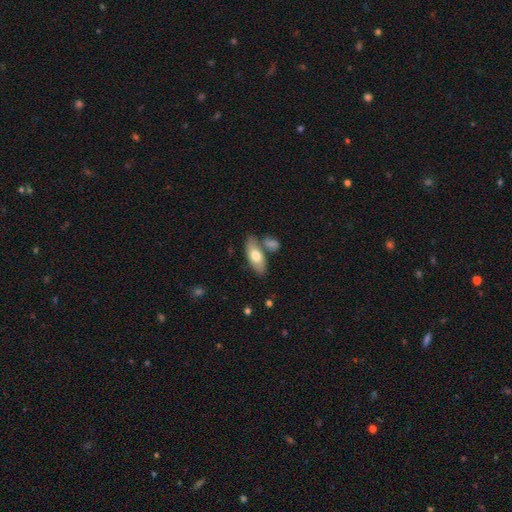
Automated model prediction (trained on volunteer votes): Smooth or featured?
  - smooth: 69% *
  - featured or disk: 26%
  - star or artifact: 6%
How rounded?
  - in between: 82% *
  - cigar-shaped: 15%
  - round: 3%
Merging?
  - none: 65% *
  - merger: 17%
  - minor disturbance: 14%
  - major disturbance: 4%